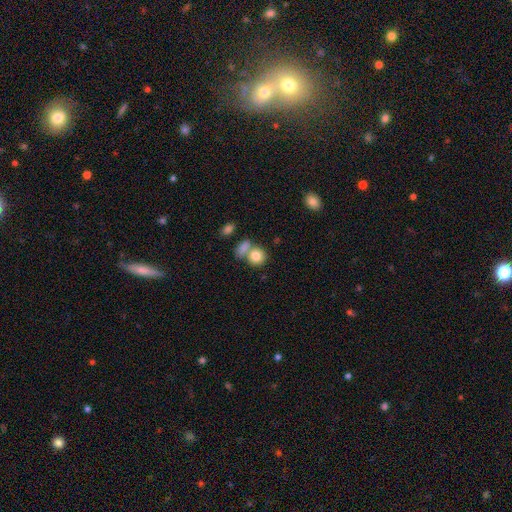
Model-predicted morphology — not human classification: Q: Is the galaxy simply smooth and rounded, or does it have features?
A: smooth — 81%.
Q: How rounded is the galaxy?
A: round — 77%.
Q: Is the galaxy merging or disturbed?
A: none — 49%.